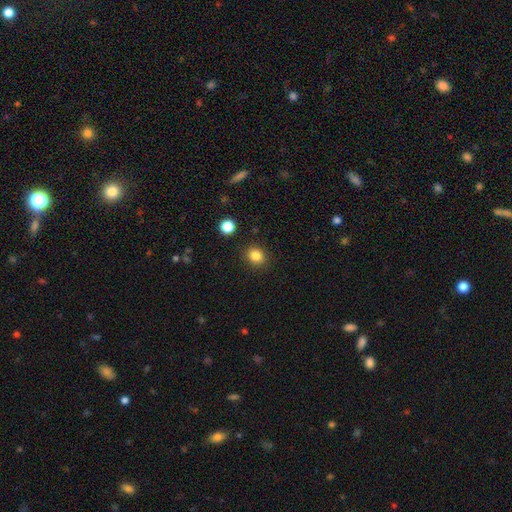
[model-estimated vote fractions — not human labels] This is clearly a smooth galaxy (84%). How rounded: likely round (72%). Merging: clearly none (89%).